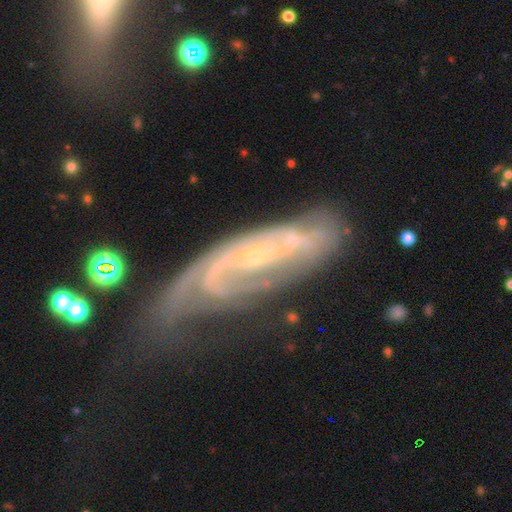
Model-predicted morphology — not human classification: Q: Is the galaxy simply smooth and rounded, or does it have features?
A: featured or disk — 87%.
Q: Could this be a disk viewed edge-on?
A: no — 90%.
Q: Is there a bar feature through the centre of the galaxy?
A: no — 45%.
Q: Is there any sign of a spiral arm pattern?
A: yes — 95%.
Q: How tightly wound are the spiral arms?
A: tight — 50%.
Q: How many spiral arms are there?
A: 2 — 53%.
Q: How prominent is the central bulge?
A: small — 75%.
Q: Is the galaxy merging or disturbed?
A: none — 47%.